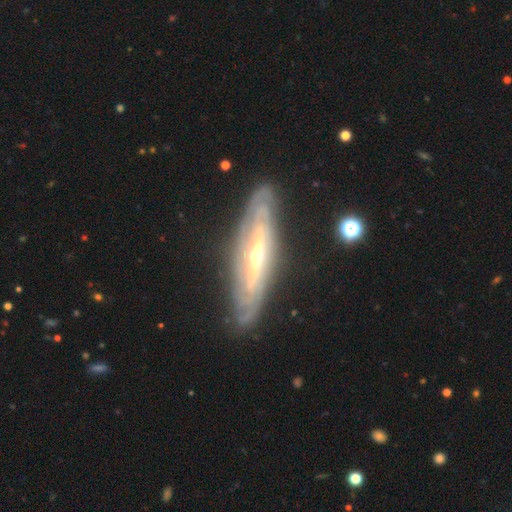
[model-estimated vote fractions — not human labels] The model was most divided on "edge-on disk": no: 53%, yes: 47%. More confident: smooth or featured — featured or disk (84%); merging — none (79%).